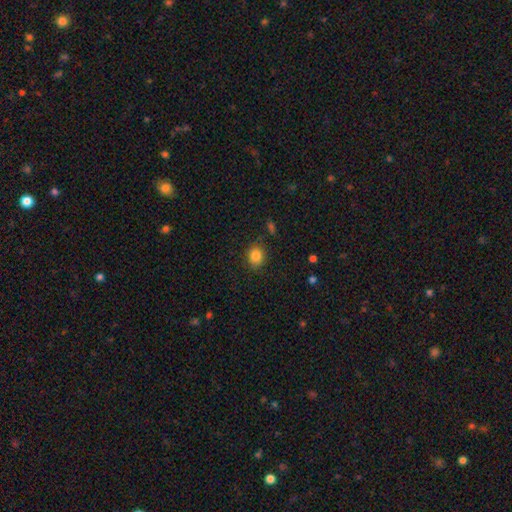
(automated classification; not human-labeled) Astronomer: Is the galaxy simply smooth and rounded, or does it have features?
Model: smooth — 84%.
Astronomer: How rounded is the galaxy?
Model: round — 70%.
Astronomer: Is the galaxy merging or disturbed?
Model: none — 85%.